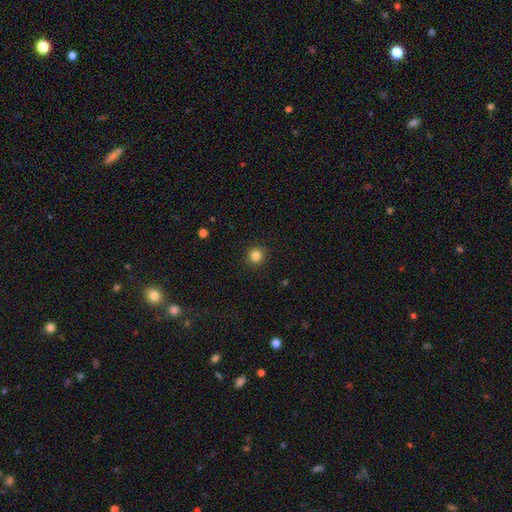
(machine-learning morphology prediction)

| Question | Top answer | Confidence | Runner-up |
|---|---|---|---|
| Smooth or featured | smooth | 83% | star or artifact (12%) |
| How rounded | round | 94% | in between (5%) |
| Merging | none | 92% | minor disturbance (5%) |